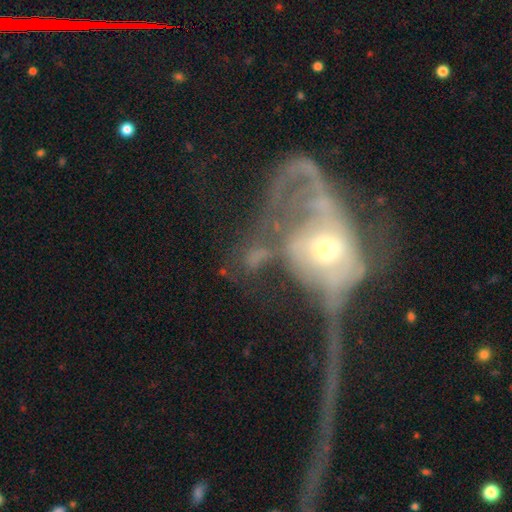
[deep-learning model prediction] The model was most divided on "bulge size": moderate: 44%, small: 43%, large: 6%, none: 4%, dominant: 3%. Remaining: edge-on disk — no (92%); spiral arms — yes (67%); smooth or featured — featured or disk (58%); bar — no (55%); merging — none (31%).